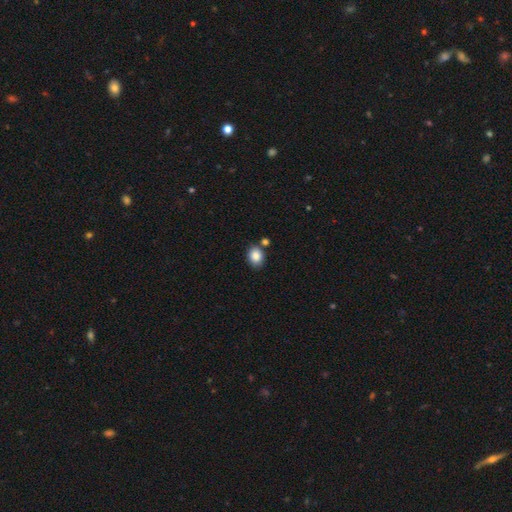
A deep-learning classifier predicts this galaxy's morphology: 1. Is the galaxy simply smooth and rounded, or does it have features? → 86% smooth, 9% star or artifact, 6% featured or disk.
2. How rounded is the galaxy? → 56% in between, 44% round, 1% cigar-shaped.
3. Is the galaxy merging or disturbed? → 73% none, 12% minor disturbance, 12% merger, 3% major disturbance.